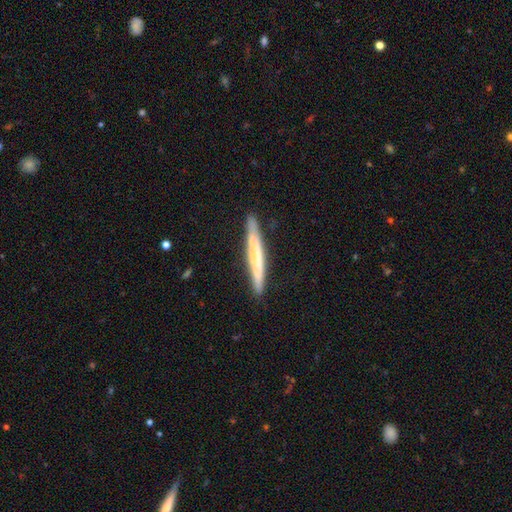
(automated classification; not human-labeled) smooth 50%, featured or disk 44%, star or artifact 6%. Down the decision tree: merging — none (88%).